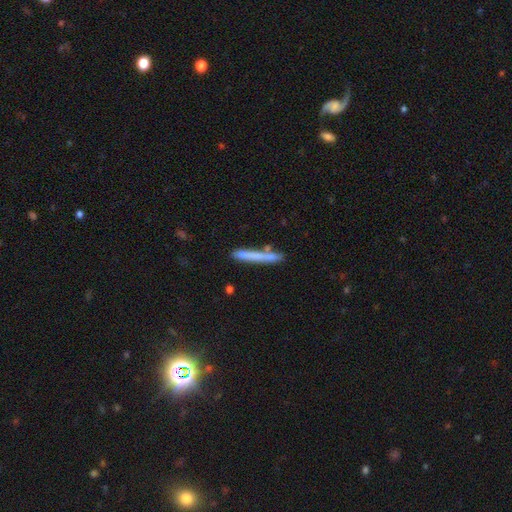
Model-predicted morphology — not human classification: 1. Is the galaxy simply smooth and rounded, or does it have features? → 65% smooth, 28% featured or disk, 8% star or artifact.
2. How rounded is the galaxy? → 96% cigar-shaped, 3% in between, 1% round.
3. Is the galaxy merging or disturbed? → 76% none, 13% minor disturbance, 8% merger, 3% major disturbance.